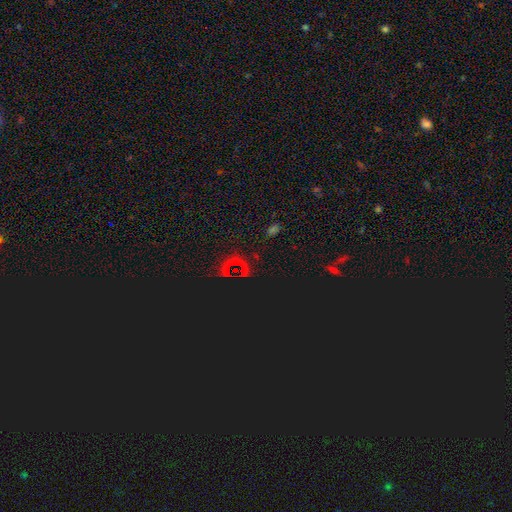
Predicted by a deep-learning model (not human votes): Smooth or featured? star or artifact (72%)